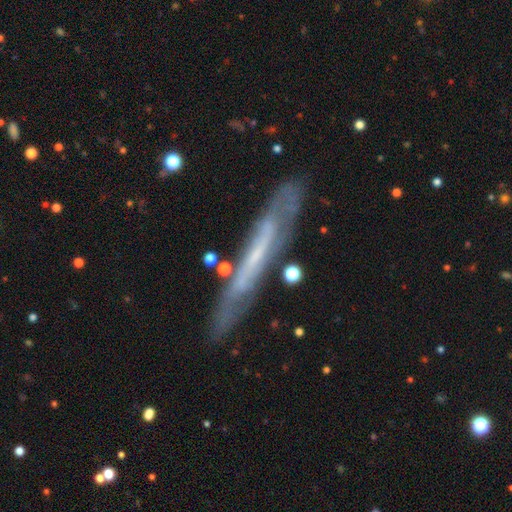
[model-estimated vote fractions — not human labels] A featured or disk galaxy (67%) viewed edge-on (72%).

Vote fractions:
- Smooth or featured? featured or disk: 67% / smooth: 25% / star or artifact: 7%
- Edge-on disk? yes: 72% / no: 28%
- Merging? none: 77% / minor disturbance: 16% / major disturbance: 4% / merger: 3%